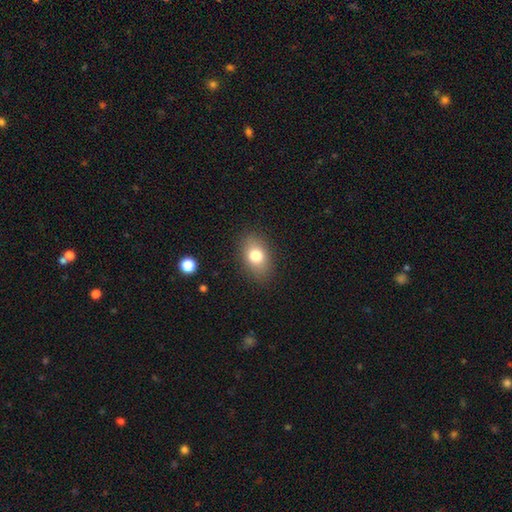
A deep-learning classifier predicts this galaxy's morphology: This is likely a smooth galaxy (77%). How rounded: clearly in between (82%). Merging: clearly none (85%).